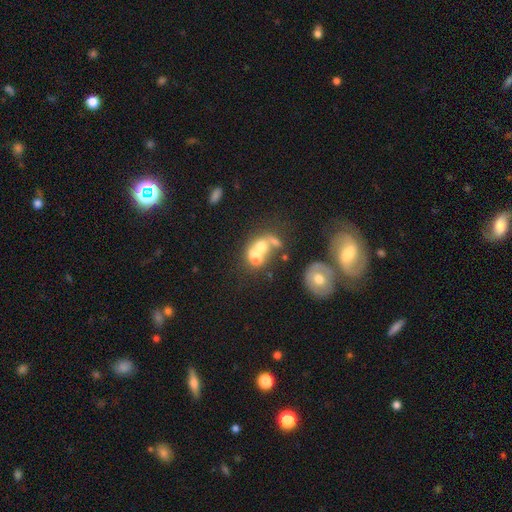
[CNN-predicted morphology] smooth 56%, featured or disk 32%, star or artifact 12%. Down the decision tree: how rounded — in between (51%); merging — merger (71%).